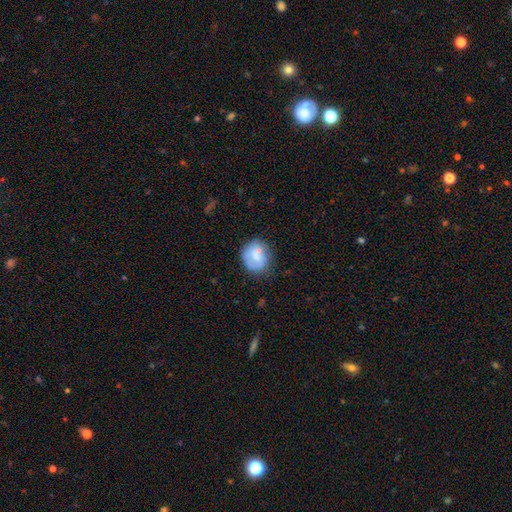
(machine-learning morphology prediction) Smooth or featured? Predicted: smooth (p=0.63). How rounded? Predicted: round (p=0.66). Merging? Predicted: none (p=0.58).